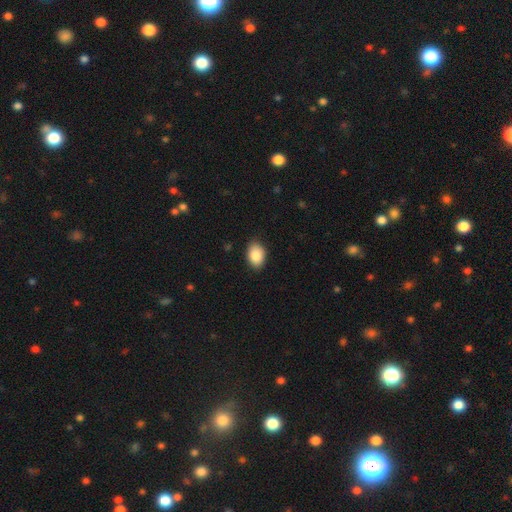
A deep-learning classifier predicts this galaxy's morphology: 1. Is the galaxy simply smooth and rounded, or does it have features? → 87% smooth, 7% star or artifact, 6% featured or disk.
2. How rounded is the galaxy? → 81% in between, 18% round, 1% cigar-shaped.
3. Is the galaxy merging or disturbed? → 86% none, 11% minor disturbance, 2% major disturbance, 1% merger.